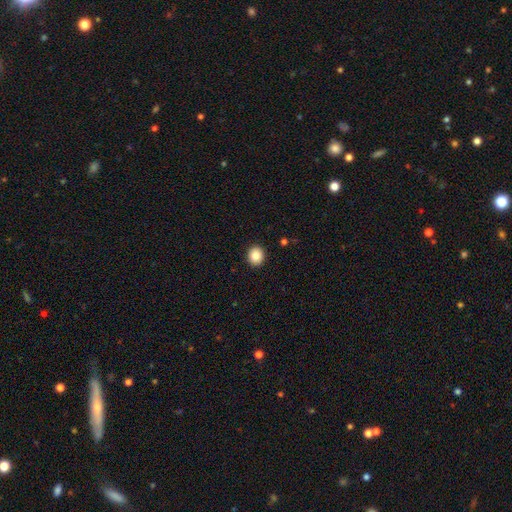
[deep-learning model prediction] The model was most divided on "how rounded": round: 80%, in between: 19%, cigar-shaped: 1%. More confident: merging — none (93%); smooth or featured — smooth (86%).